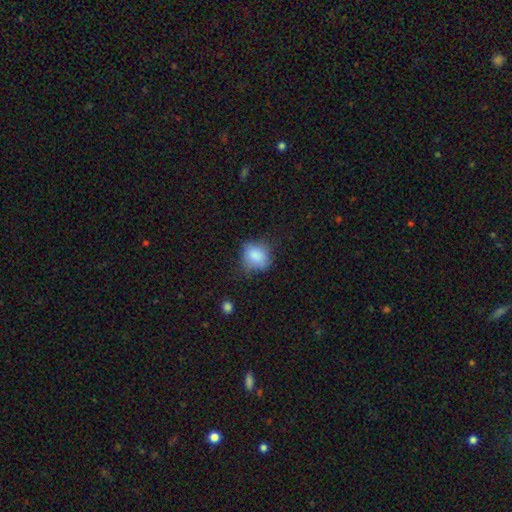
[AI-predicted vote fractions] This appears to be a smooth galaxy with no disk features (83%) that is round (60%). Merging: none (57%).